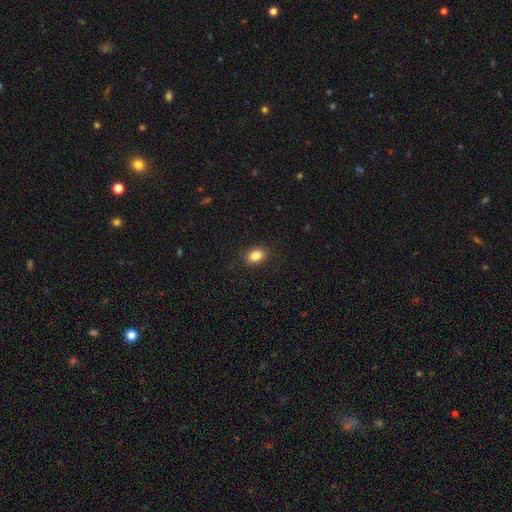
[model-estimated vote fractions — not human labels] This appears to be a smooth galaxy with no disk features (85%) that is in between round and cigar-shaped (72%). Merging: none (89%).